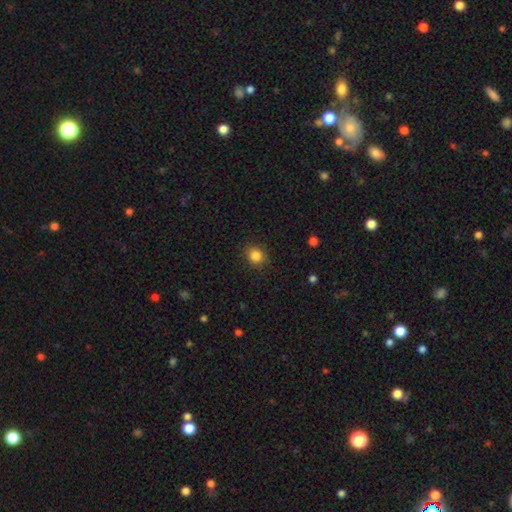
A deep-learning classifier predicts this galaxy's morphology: smooth_or_featured: smooth (p=0.85) [alt: star or artifact p=0.11]
how_rounded: round (p=0.77) [alt: in between p=0.22]
merging: none (p=0.88) [alt: minor disturbance p=0.09]